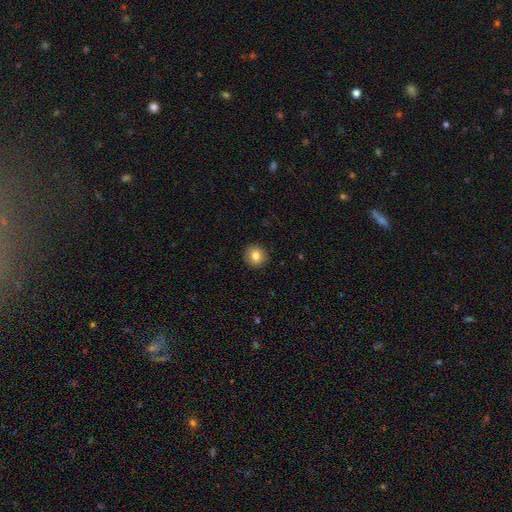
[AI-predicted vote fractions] Overall: smooth (84%). How rounded: round (90%). Merging: none (91%).